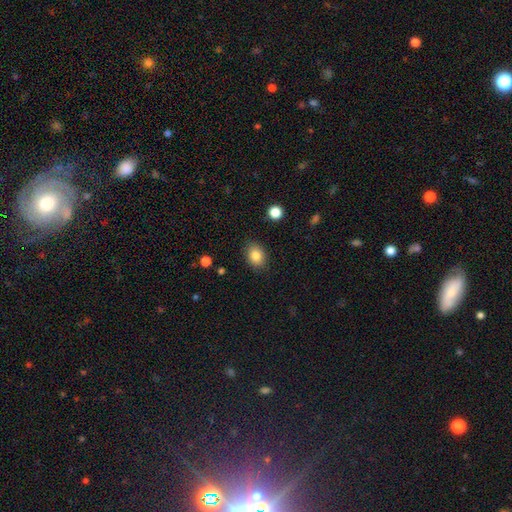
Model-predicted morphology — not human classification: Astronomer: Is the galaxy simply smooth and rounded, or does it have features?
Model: smooth — 83%.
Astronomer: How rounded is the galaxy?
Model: in between — 59% (runner-up: round, 40%).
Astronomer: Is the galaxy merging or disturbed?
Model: none — 87%.